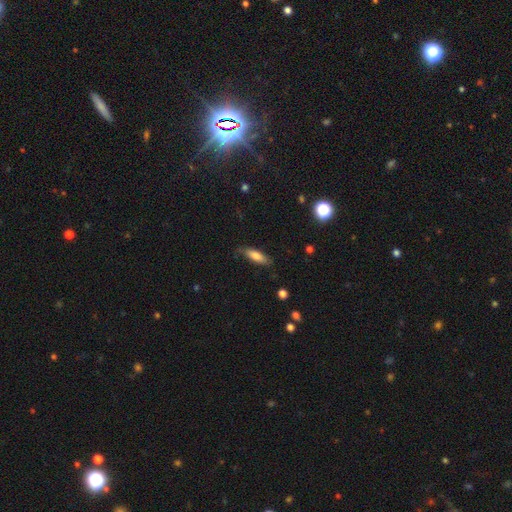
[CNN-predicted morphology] Q: Smooth or featured?
A: smooth (75%); runner-up: featured or disk (18%)
Q: How rounded?
A: in between (53%); runner-up: cigar-shaped (45%)
Q: Merging?
A: none (72%); runner-up: minor disturbance (22%)